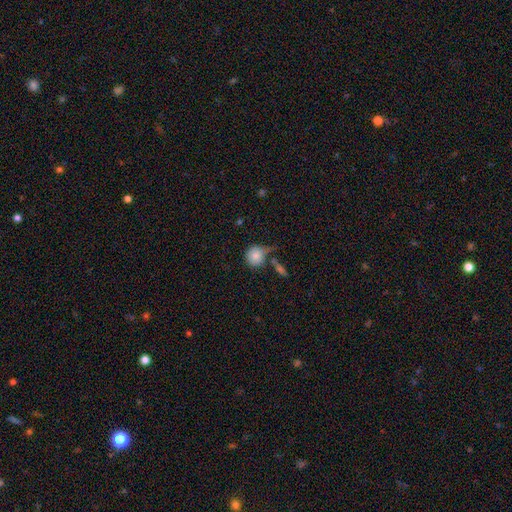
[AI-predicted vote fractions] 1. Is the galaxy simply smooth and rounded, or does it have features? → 82% smooth, 10% featured or disk, 8% star or artifact.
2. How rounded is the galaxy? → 87% round, 11% in between, 1% cigar-shaped.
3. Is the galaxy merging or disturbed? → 47% none, 21% minor disturbance, 19% merger, 13% major disturbance.